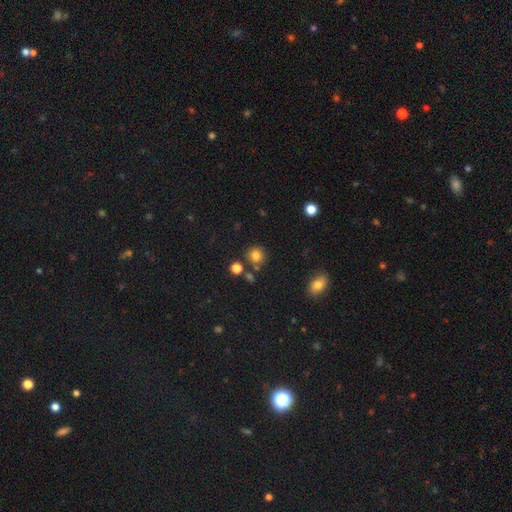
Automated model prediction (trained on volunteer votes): Smooth or featured? smooth (80%)
How rounded? round (90%)
Merging? none (81%)